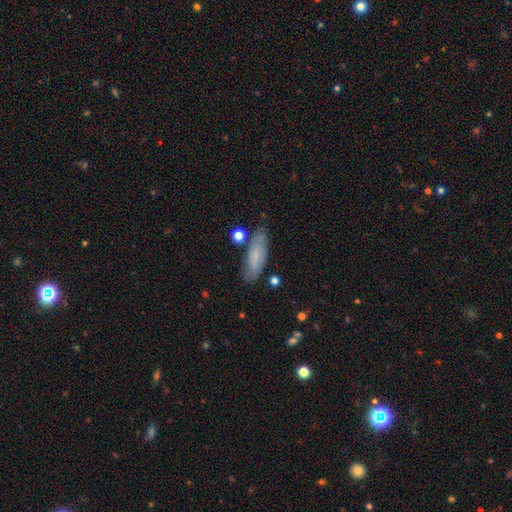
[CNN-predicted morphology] A smooth galaxy with no disk features (62%) that is in between round and cigar-shaped (61%).

Vote fractions:
- Smooth or featured? smooth: 62% / featured or disk: 31% / star or artifact: 8%
- How rounded? in between: 61% / cigar-shaped: 37% / round: 3%
- Merging? none: 75% / minor disturbance: 17% / major disturbance: 4% / merger: 4%